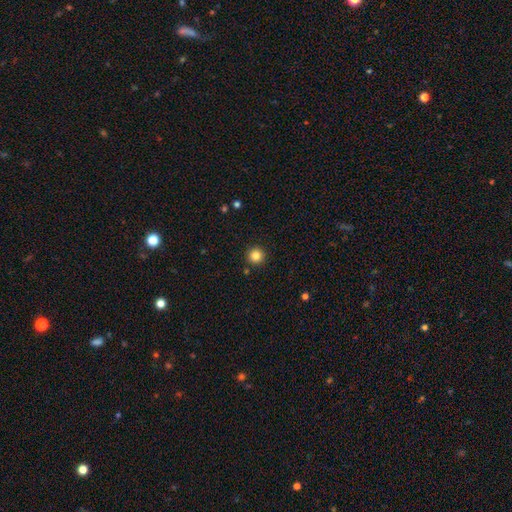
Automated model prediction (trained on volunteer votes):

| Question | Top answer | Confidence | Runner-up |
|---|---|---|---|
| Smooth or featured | smooth | 84% | star or artifact (12%) |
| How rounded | round | 96% | in between (3%) |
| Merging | none | 92% | minor disturbance (5%) |